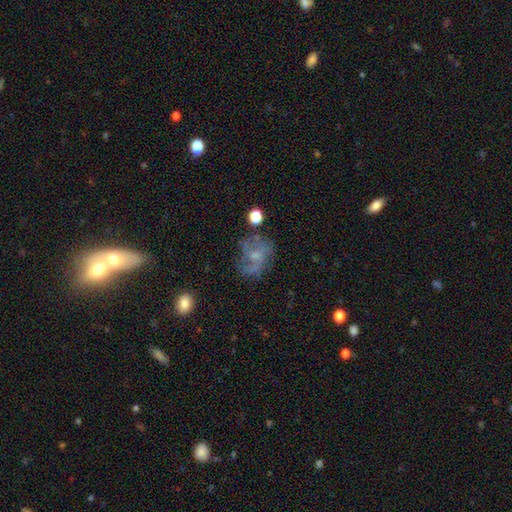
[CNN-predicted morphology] Smooth or featured? Predicted: featured or disk (p=0.57). Edge-on disk? Predicted: no (p=0.97). Bar? Predicted: no (p=0.68). Spiral arms? Predicted: yes (p=0.66). Bulge size? Predicted: small (p=0.55). Merging? Predicted: none (p=0.52).